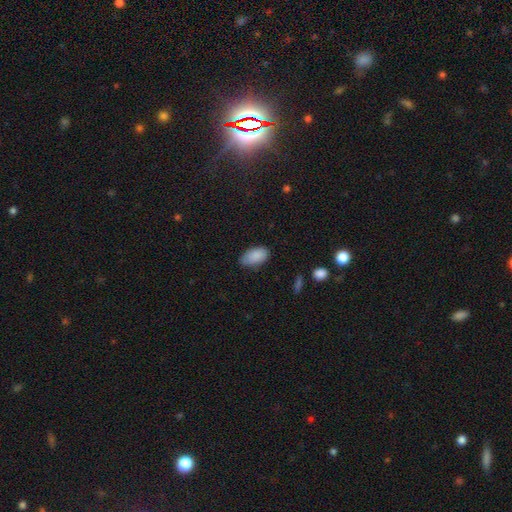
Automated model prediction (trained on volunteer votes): This appears to be a smooth galaxy with no disk features (88%) that is in between round and cigar-shaped (94%). Merging: none (74%).